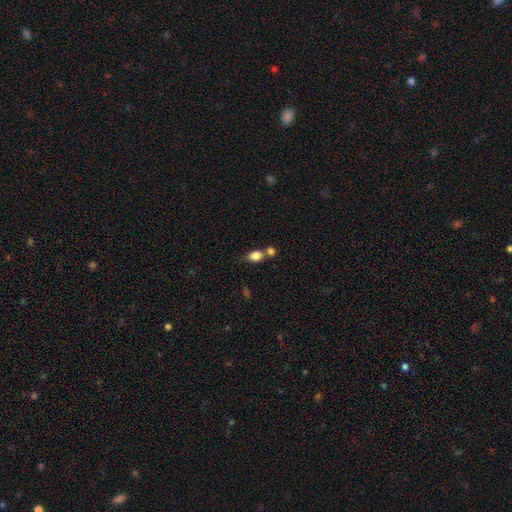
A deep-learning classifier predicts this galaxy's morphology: Smooth or featured? Predicted: smooth (p=0.82). How rounded? Predicted: in between (p=0.71). Merging? Predicted: none (p=0.42).